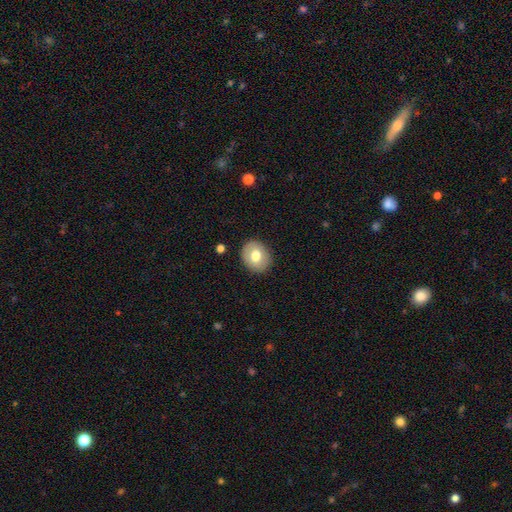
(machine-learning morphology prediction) This is likely a smooth galaxy (71%). How rounded: possibly round (56%). Merging: clearly none (88%).